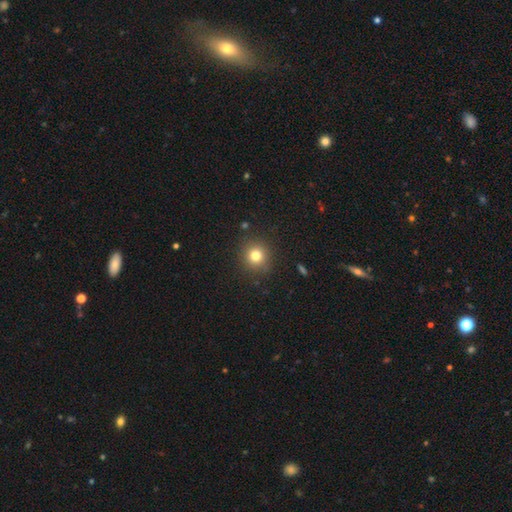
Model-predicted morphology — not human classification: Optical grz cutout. It shows a smooth galaxy with no disk features (79%) that is round (92%). Merging: none (89%).